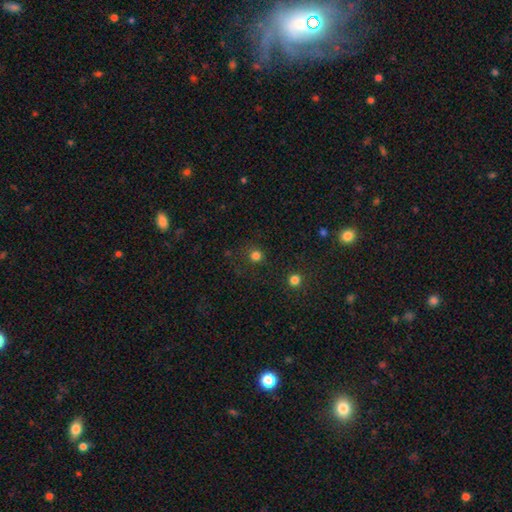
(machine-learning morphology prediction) A smooth galaxy with no disk features (77%) that is round (92%). Merging: none (80%).